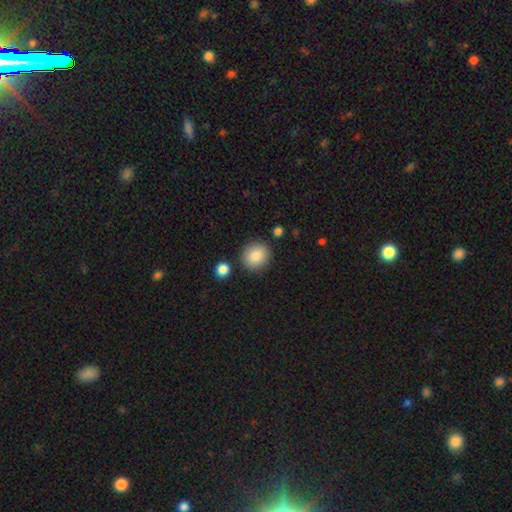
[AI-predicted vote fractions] smooth-or-featured: smooth: 85% | star or artifact: 8% | featured or disk: 7%
  how-rounded: round: 85% | in between: 14% | cigar-shaped: 1%
  merging: none: 86% | minor disturbance: 8% | merger: 4% | major disturbance: 2%